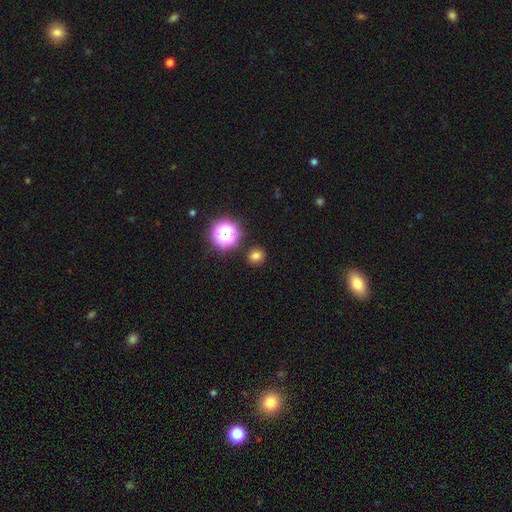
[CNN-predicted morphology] Overall: smooth (75%). How rounded: round (86%). Merging: none (89%).